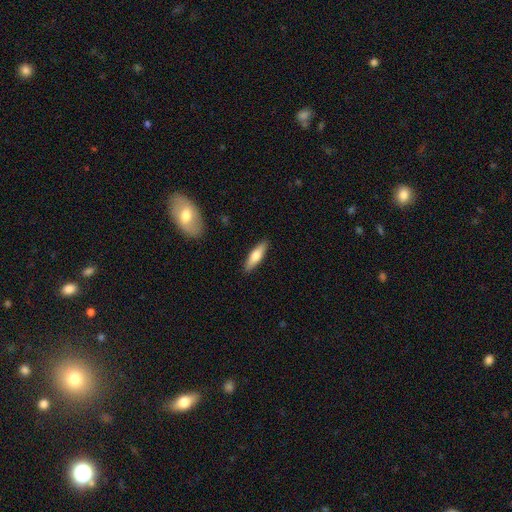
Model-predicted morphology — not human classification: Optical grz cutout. It shows a smooth galaxy with no disk features (66%) that is cigar-shaped (61%). Merging: none (89%).